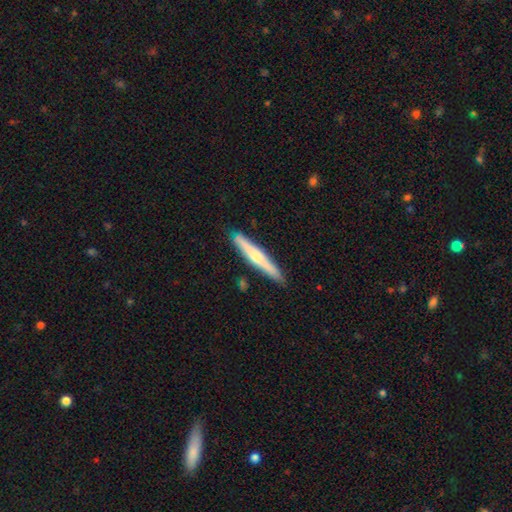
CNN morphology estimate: smooth-or-featured: featured or disk: 53% | smooth: 41% | star or artifact: 5%
  disk-edge-on: yes: 96% | no: 4%
    edge-on-bulge: rounded: 77% | none: 18% | boxy: 5%
  merging: none: 87% | minor disturbance: 9% | merger: 2% | major disturbance: 2%